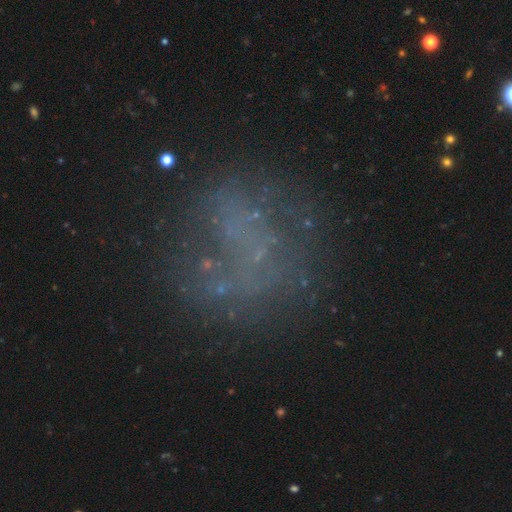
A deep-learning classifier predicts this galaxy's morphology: This appears to be a featured or disk galaxy (45%). Merging: none (58%).